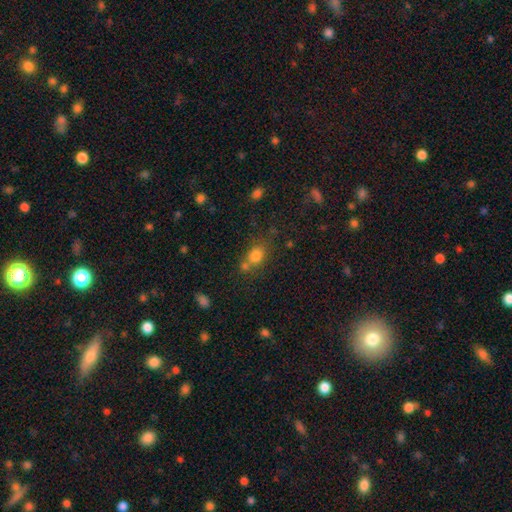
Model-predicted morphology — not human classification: smooth-or-featured: smooth: 78% | star or artifact: 13% | featured or disk: 9%
  how-rounded: in between: 49% (tied) | round: 49% (tied) | cigar-shaped: 2%
  merging: none: 50% | merger: 30% | minor disturbance: 13% | major disturbance: 6%